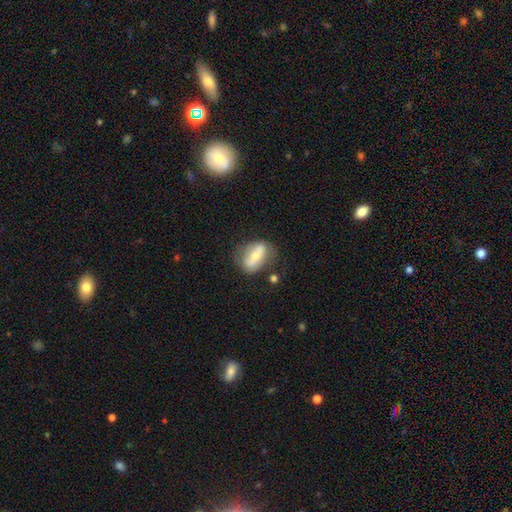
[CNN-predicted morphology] A featured or disk galaxy (48%).

Vote fractions:
- Smooth or featured? featured or disk: 48% / smooth: 45% / star or artifact: 7%
- Merging? none: 62% / minor disturbance: 22% / major disturbance: 10% / merger: 5%